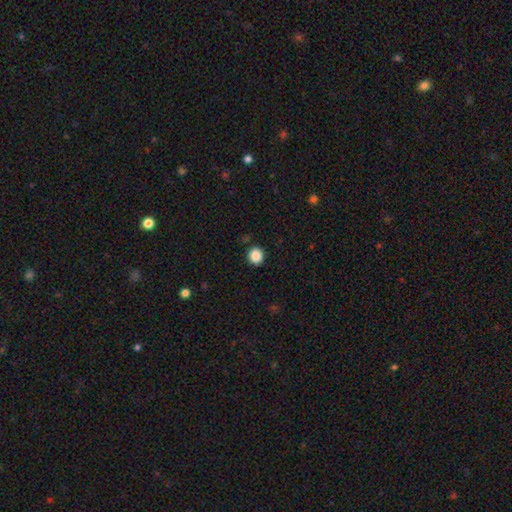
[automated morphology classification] Smooth or featured: smooth — 88% (star or artifact — 9%)
How rounded: round — 85% (in between — 14%)
Merging: none — 90% (minor disturbance — 7%)